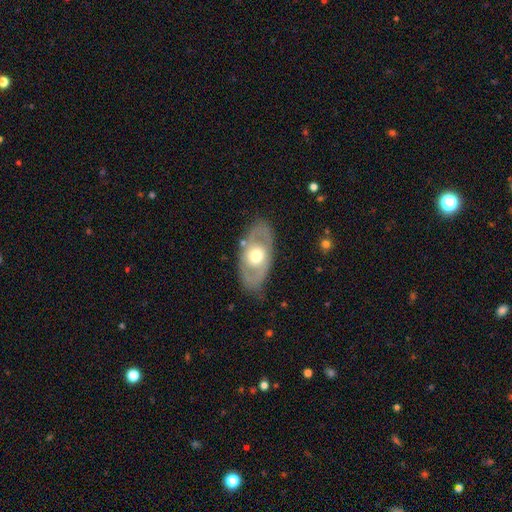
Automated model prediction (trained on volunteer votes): A featured or disk galaxy (60%) with no bar (80%), no spiral arms (70%) and a moderate central bulge (69%).

Vote fractions:
- Smooth or featured? featured or disk: 60% / smooth: 34% / star or artifact: 5%
- Edge-on disk? no: 88% / yes: 12%
- Bar? no: 80% / weak: 15% / strong: 5%
- Spiral arms? no: 70% / yes: 30%
- Bulge size? moderate: 69% / large: 20% / small: 9% / dominant: 1% / none: 1%
- Merging? none: 76% / minor disturbance: 16% / major disturbance: 6% / merger: 2%